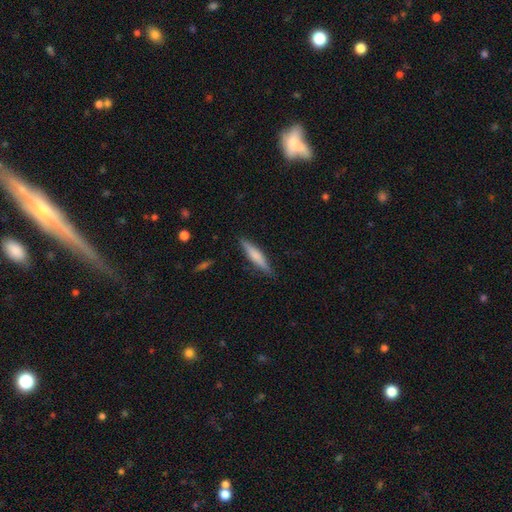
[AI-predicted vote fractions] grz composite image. It shows a smooth galaxy with no disk features (63%) that is cigar-shaped (87%). Merging: none (87%).